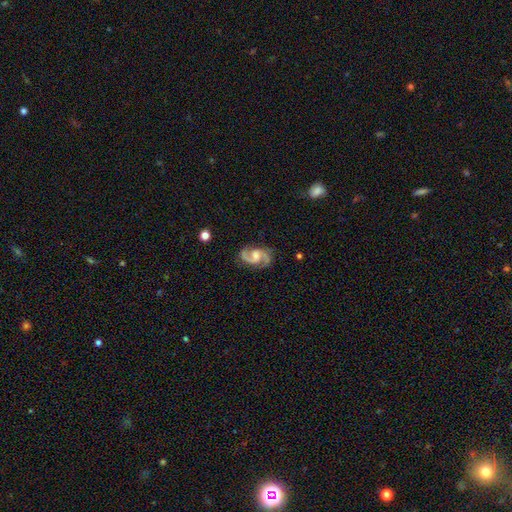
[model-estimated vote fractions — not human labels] Morphology: type=featured or disk (91%); edge-on=no (98%); bar=no (47%); spiral arms=yes (98%); winding=medium (59%); arm count=2 (93%); bulge=moderate (53%); merging=none (80%).